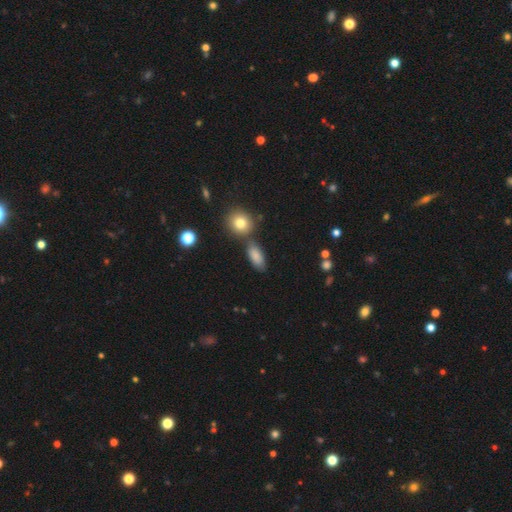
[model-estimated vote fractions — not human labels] Overall: smooth (83%). How rounded: in between (82%). Merging: none (69%).